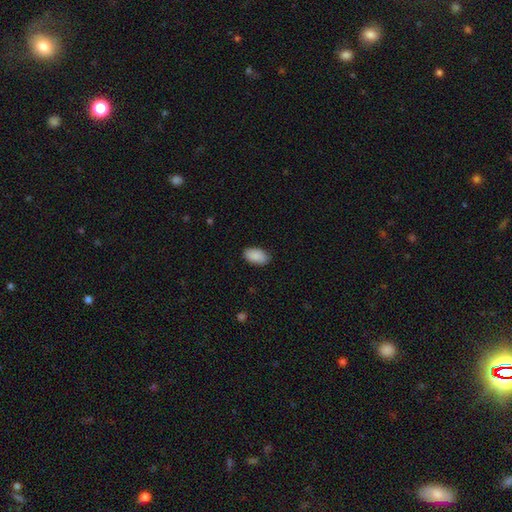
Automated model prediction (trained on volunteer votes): Q: Smooth or featured?
A: smooth (90%); runner-up: star or artifact (6%)
Q: How rounded?
A: in between (94%); runner-up: round (4%)
Q: Merging?
A: none (85%); runner-up: minor disturbance (11%)